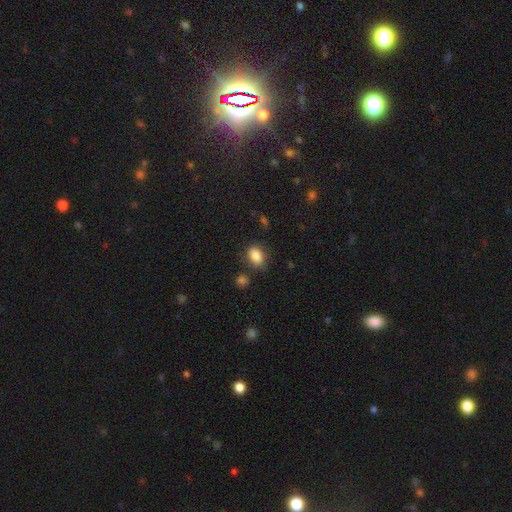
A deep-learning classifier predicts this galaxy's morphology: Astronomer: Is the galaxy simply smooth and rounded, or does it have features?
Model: smooth — 86%.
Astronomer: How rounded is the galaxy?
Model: in between — 82%.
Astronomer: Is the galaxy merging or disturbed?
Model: none — 72%.